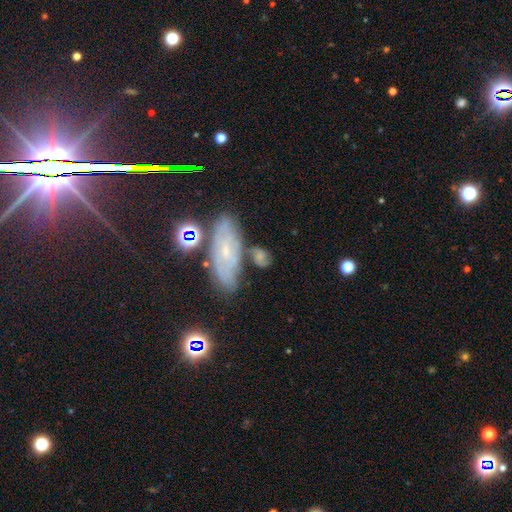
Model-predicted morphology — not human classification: smooth-or-featured: featured or disk: 60% | smooth: 22% | star or artifact: 18%
  disk-edge-on: no: 84% | yes: 16%
    bar: no: 56% | weak: 34% | strong: 10%
    has-spiral-arms: yes: 83% | no: 17%
    bulge-size: small: 79% | moderate: 16% | none: 3% | large: 1% | dominant: 1%
  merging: none: 70% | minor disturbance: 16% | merger: 8% | major disturbance: 6%